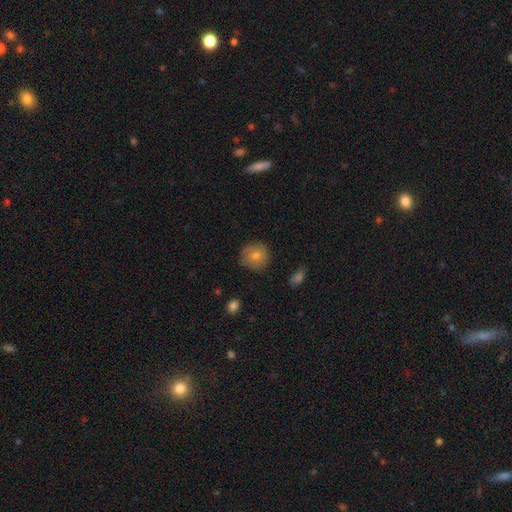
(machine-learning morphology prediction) Smooth or featured?
  - smooth: 75% *
  - featured or disk: 17%
  - star or artifact: 8%
How rounded?
  - round: 91% *
  - in between: 8%
  - cigar-shaped: 1%
Merging?
  - none: 78% *
  - minor disturbance: 17%
  - major disturbance: 3%
  - merger: 1%